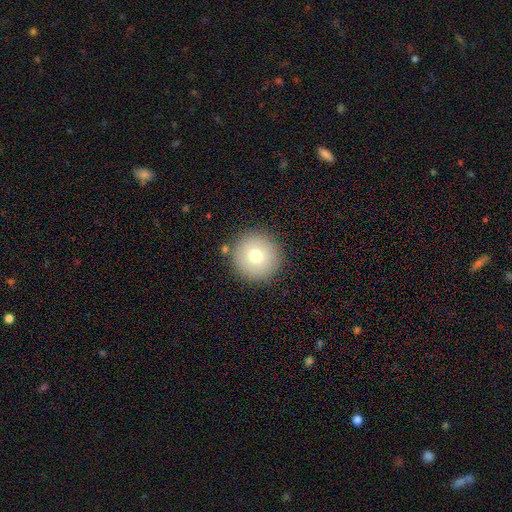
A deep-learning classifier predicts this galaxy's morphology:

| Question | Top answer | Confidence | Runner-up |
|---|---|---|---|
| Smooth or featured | smooth | 73% | featured or disk (16%) |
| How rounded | round | 96% | in between (3%) |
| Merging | none | 87% | minor disturbance (7%) |